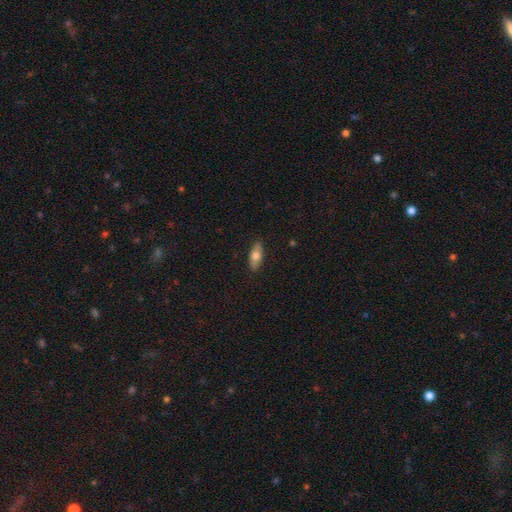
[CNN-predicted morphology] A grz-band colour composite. It shows a smooth galaxy with no disk features (68%) that is in between round and cigar-shaped (76%). Merging: none (88%).